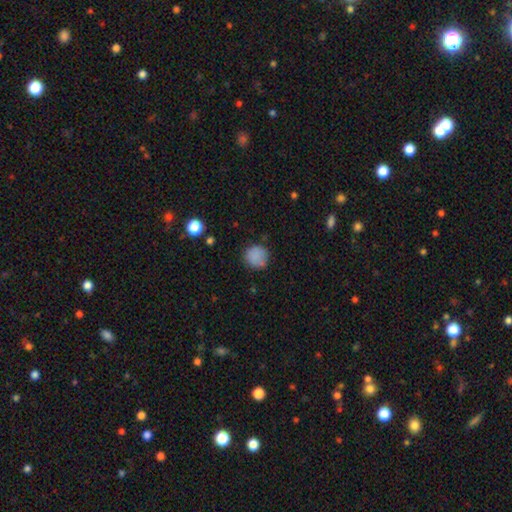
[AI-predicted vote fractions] Smooth or featured?
  - smooth: 85% *
  - star or artifact: 10%
  - featured or disk: 5%
How rounded?
  - round: 90% *
  - in between: 9%
  - cigar-shaped: 1%
Merging?
  - none: 79% *
  - minor disturbance: 15%
  - major disturbance: 4%
  - merger: 2%